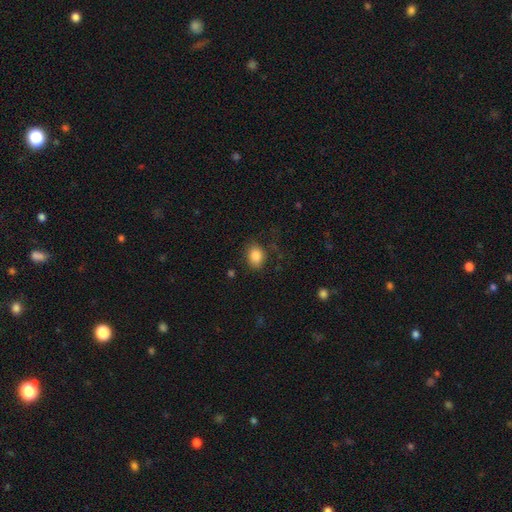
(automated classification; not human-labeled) A smooth galaxy with no disk features (85%) that is in between round and cigar-shaped (63%). Merging: none (77%).